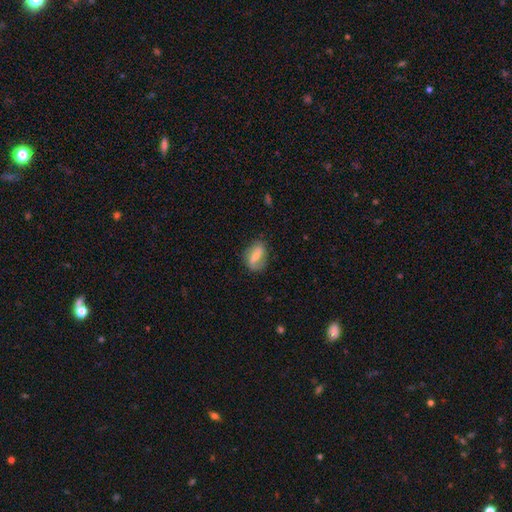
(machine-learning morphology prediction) This appears to be a smooth galaxy with no disk features (47%). Merging: none (71%).